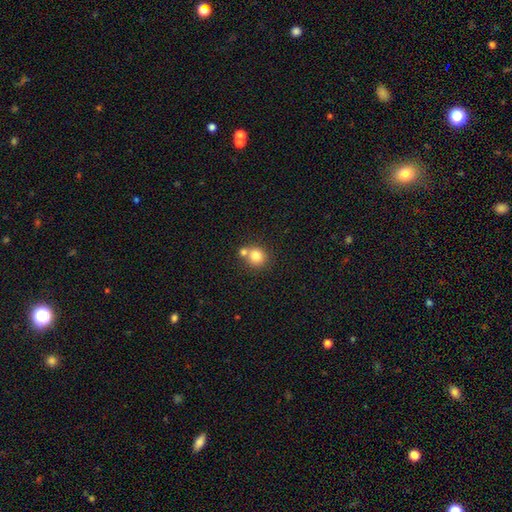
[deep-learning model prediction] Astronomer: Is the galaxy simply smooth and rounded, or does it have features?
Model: smooth — 80%.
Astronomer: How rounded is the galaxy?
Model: round — 88%.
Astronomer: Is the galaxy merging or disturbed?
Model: none — 55% (runner-up: merger, 35%).